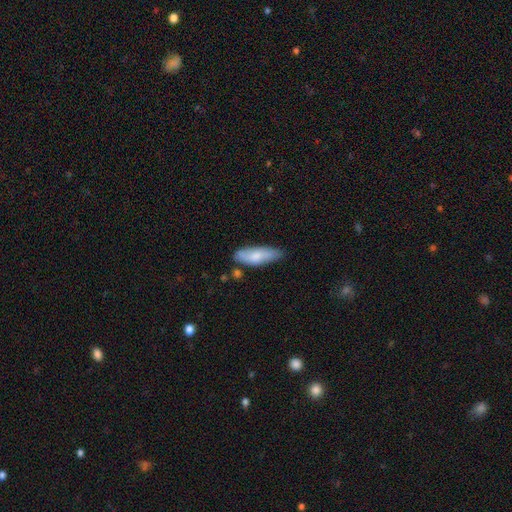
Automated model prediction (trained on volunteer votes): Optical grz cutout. It shows a smooth galaxy with no disk features (74%) that is in between round and cigar-shaped (60%). Merging: none (70%).